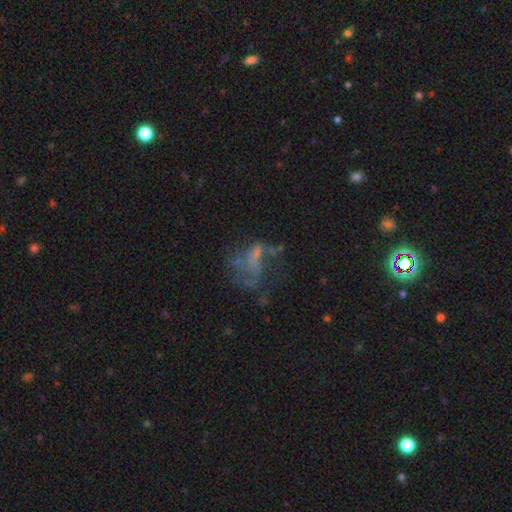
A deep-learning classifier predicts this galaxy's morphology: This appears to be a featured or disk galaxy (54%) with no bar (73%), no spiral arms (65%) and no central bulge (70%). Merging: major disturbance (44%).